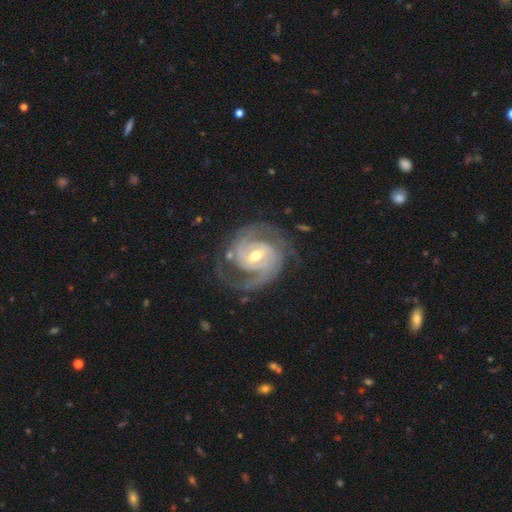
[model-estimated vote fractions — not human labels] This appears to be a featured or disk galaxy (92%) with a weak bar (48%), 2 (66%) tight (56%) spiral arms (98%) and a moderate central bulge (66%). Merging: none (74%).